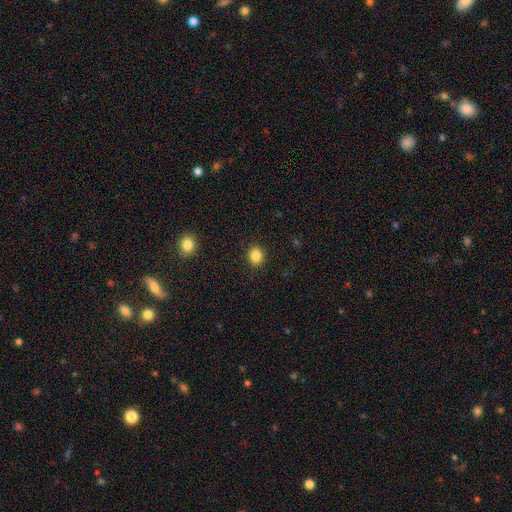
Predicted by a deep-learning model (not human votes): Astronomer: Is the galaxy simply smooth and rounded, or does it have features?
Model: smooth — 85%.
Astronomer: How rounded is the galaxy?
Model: round — 66%.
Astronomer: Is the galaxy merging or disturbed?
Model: none — 91%.